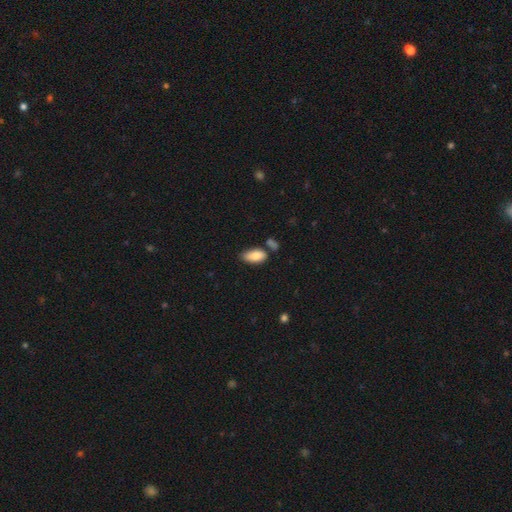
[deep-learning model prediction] A smooth galaxy with no disk features (83%) that is in between round and cigar-shaped (92%). Merging: none (64%).